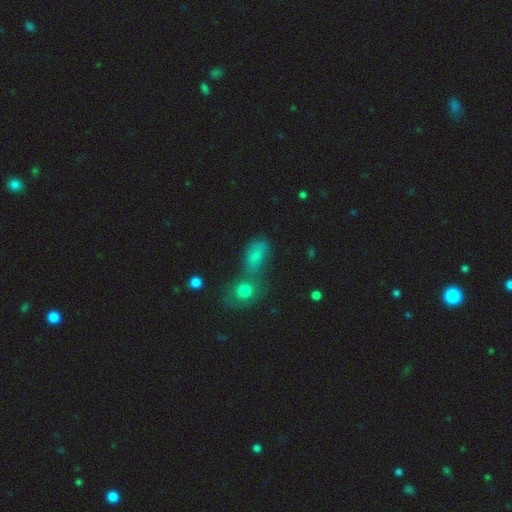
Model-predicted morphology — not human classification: Q: Smooth or featured?
A: smooth (70%); runner-up: star or artifact (15%)
Q: How rounded?
A: in between (75%); runner-up: round (21%)
Q: Merging?
A: merger (52%); runner-up: none (30%)